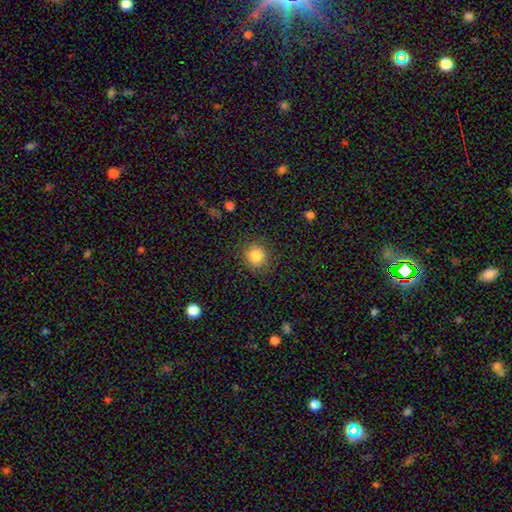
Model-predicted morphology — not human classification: This is clearly a smooth galaxy (85%). How rounded: clearly round (90%). Merging: clearly none (87%).